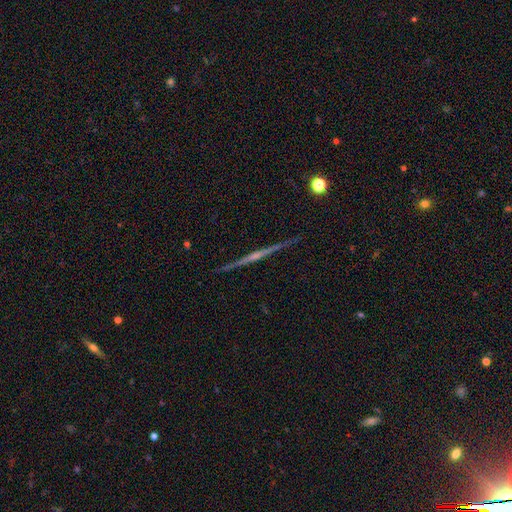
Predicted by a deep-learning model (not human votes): featured or disk 79%, smooth 13%, star or artifact 8%. Down the decision tree: edge-on disk — yes (98%); edge-on bulge — rounded (47%); merging — none (92%).